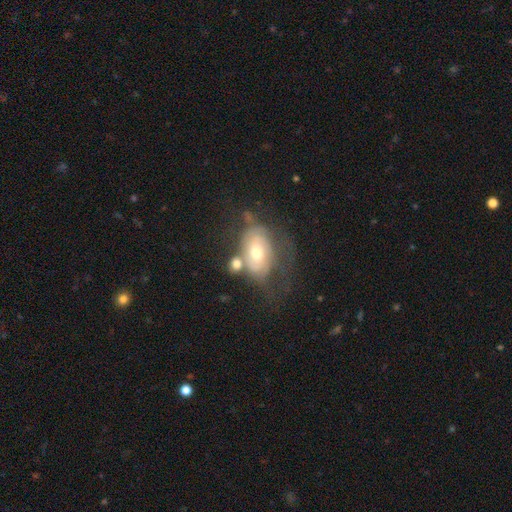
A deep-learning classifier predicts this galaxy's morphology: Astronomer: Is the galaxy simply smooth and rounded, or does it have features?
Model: featured or disk — 59%.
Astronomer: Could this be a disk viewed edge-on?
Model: no — 94%.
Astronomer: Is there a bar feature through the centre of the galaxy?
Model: no — 71%.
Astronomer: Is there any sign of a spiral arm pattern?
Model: yes — 59% (runner-up: no, 41%).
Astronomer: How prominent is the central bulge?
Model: moderate — 66%.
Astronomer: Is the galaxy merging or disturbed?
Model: none — 34% (runner-up: major disturbance, 26%).